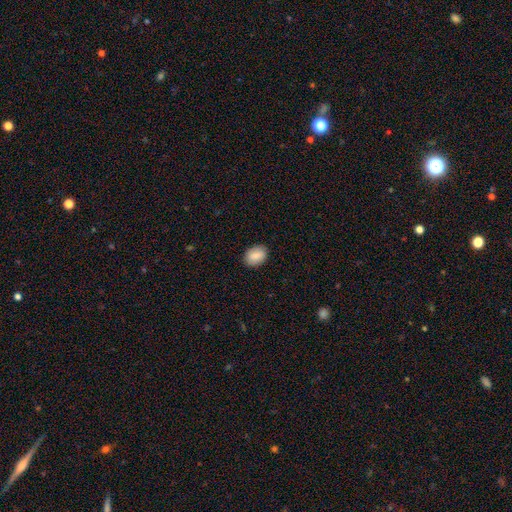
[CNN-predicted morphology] Overall: smooth (86%). How rounded: in between (78%). Merging: none (87%).